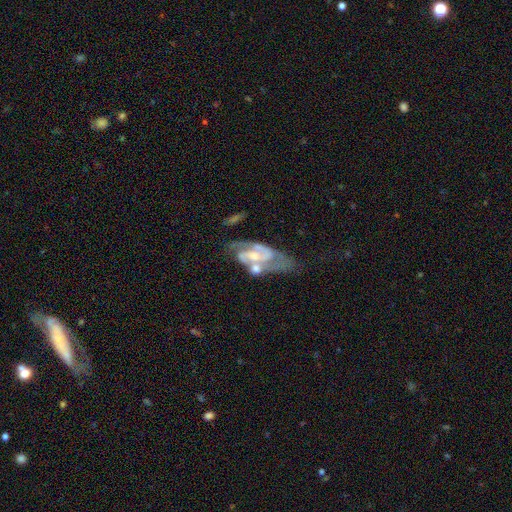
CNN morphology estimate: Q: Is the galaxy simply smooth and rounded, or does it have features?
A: featured or disk — 87%.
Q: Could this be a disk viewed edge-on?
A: no — 96%.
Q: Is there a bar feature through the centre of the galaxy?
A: no — 42%.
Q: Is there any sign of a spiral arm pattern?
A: yes — 95%.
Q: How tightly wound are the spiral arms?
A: medium — 50%.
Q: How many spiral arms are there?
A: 2 — 83%.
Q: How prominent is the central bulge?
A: small — 50%.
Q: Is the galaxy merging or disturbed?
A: none — 40%.